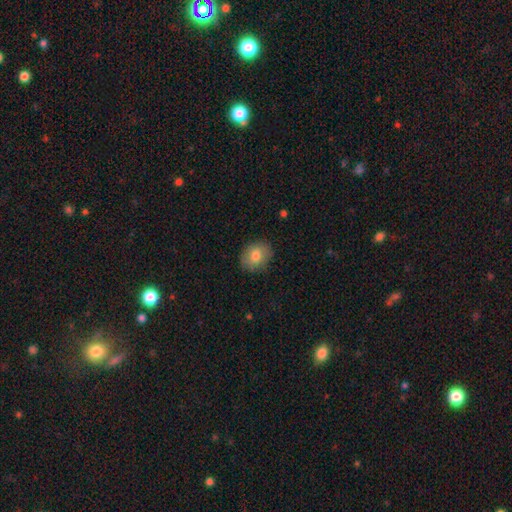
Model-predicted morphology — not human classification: This is likely a smooth galaxy (80%). How rounded: possibly round (52%). Merging: clearly none (86%).